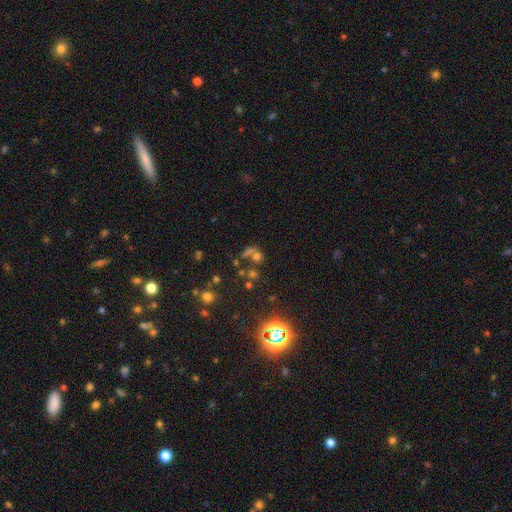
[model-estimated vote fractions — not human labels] smooth-or-featured: smooth: 42% | star or artifact: 41% | featured or disk: 18%
  merging: none: 40% (tied) | merger: 40% (tied) | major disturbance: 11% | minor disturbance: 9%